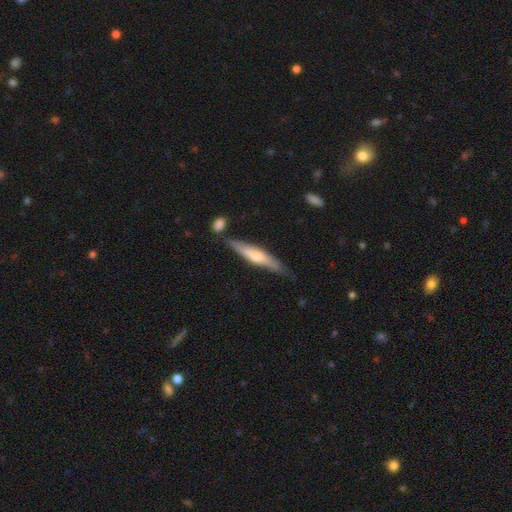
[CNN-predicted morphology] Overall: featured or disk (55%; smooth 39%). Edge-on disk: yes (90%). Merging: none (74%).